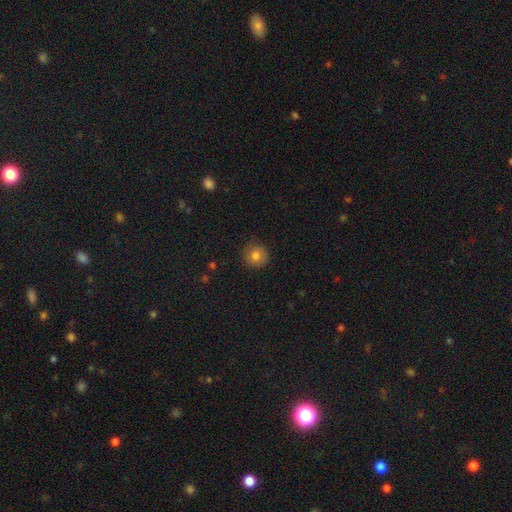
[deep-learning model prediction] smooth-or-featured: smooth: 80% | featured or disk: 11% | star or artifact: 10%
  how-rounded: round: 92% | in between: 7% | cigar-shaped: 1%
  merging: none: 85% | minor disturbance: 11% | major disturbance: 3% | merger: 1%